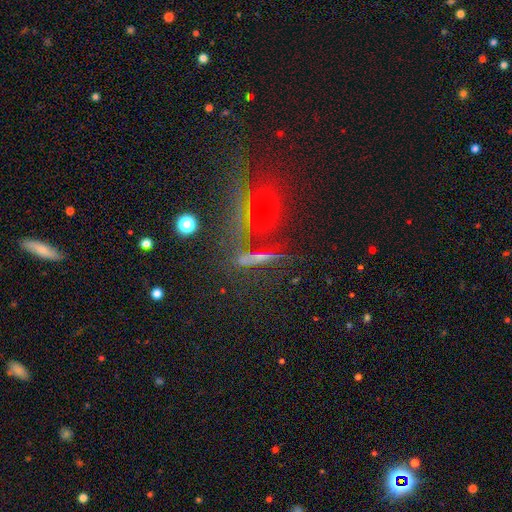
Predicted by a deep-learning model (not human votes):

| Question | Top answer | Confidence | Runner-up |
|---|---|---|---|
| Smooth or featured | star or artifact | 39% | featured or disk (32%) |